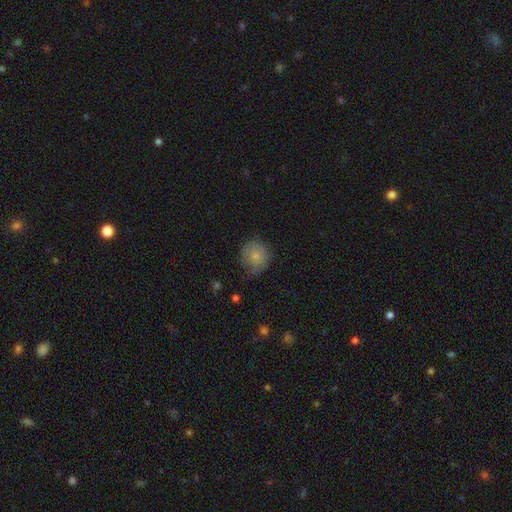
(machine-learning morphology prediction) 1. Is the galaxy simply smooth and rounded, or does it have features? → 78% smooth, 14% featured or disk, 8% star or artifact.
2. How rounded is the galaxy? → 87% round, 12% in between, 1% cigar-shaped.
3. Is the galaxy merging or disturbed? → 58% none, 31% minor disturbance, 9% major disturbance, 2% merger.